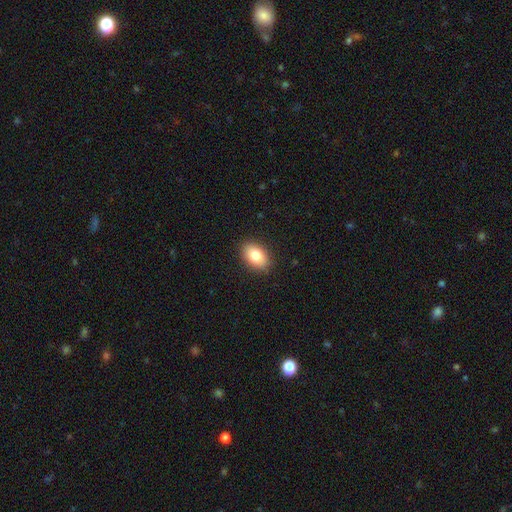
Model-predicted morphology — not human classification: Q: Smooth or featured?
A: smooth (82%); runner-up: featured or disk (10%)
Q: How rounded?
A: in between (87%); runner-up: round (12%)
Q: Merging?
A: none (89%); runner-up: minor disturbance (8%)